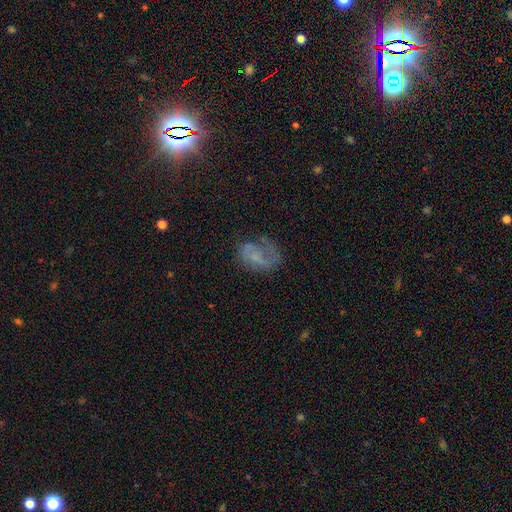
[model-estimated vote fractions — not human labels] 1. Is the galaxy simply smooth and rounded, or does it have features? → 46% featured or disk, 40% smooth, 14% star or artifact.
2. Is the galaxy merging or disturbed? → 43% none, 28% major disturbance, 26% minor disturbance, 3% merger.